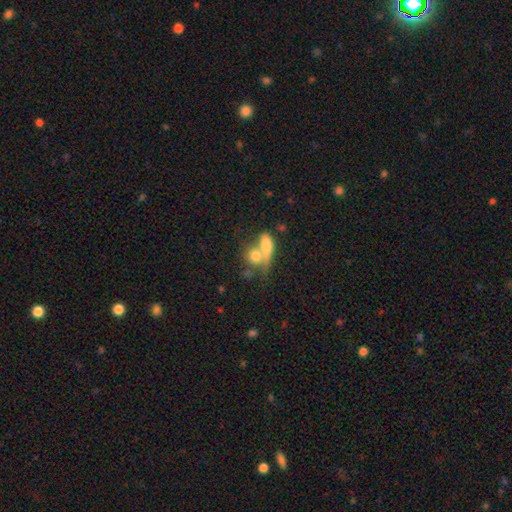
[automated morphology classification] A smooth galaxy with no disk features (72%) that is in between round and cigar-shaped (49%). Merging: merger (65%).